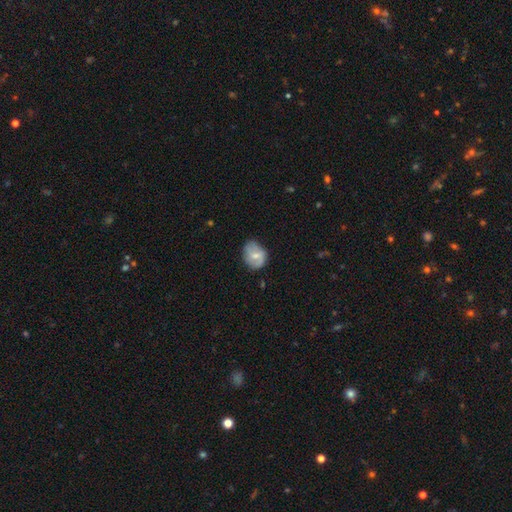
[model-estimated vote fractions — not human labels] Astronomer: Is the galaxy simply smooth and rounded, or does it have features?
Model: smooth — 54% (runner-up: featured or disk, 39%).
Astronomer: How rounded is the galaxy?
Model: in between — 59% (runner-up: round, 40%).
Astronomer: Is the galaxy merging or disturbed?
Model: none — 60%.